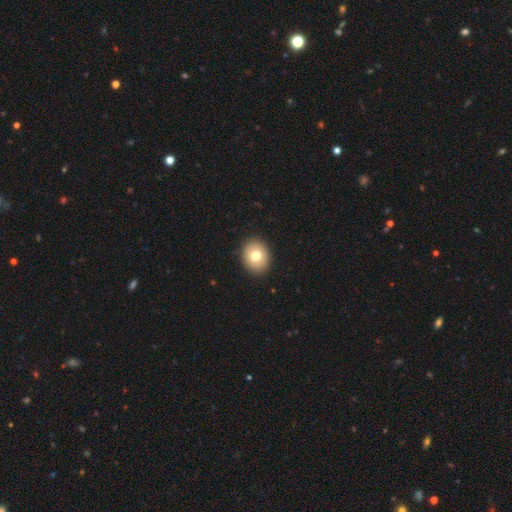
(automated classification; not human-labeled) Smooth or featured: smooth — 75% (featured or disk — 16%)
How rounded: round — 51% (in between — 49%)
Merging: none — 91% (minor disturbance — 6%)